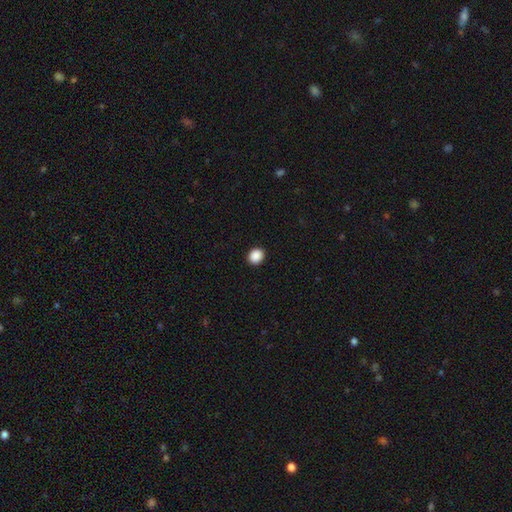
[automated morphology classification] smooth 89%, star or artifact 9%, featured or disk 2%. Down the decision tree: how rounded — round (77%); merging — none (92%).